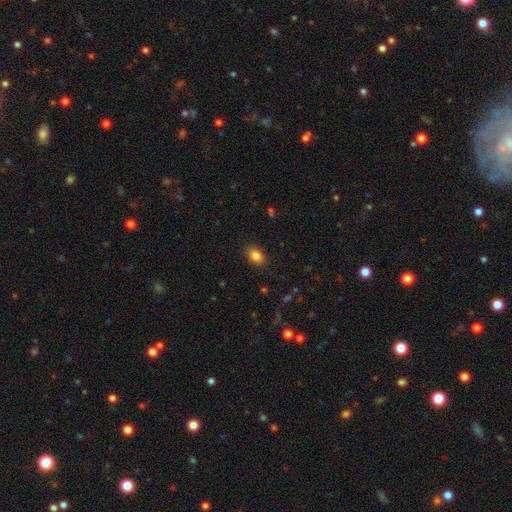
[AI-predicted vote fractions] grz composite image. It shows a smooth galaxy with no disk features (85%) that is in between round and cigar-shaped (82%). Merging: none (87%).